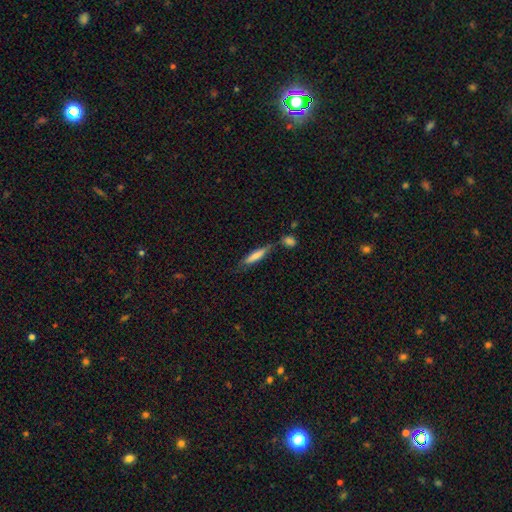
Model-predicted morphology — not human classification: The model was most divided on "smooth or featured": smooth: 69%, featured or disk: 25%, star or artifact: 6%. More confident: how rounded — cigar-shaped (81%); merging — none (63%).